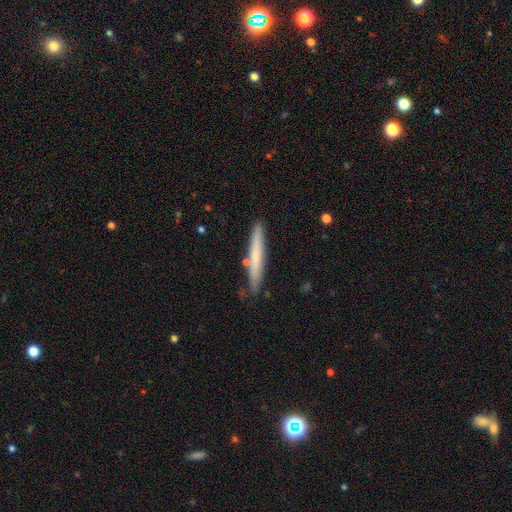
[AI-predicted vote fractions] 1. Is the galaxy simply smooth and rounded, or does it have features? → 61% smooth, 33% featured or disk, 6% star or artifact.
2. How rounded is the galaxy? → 95% cigar-shaped, 3% in between, 1% round.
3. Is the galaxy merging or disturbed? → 82% none, 12% minor disturbance, 4% merger, 2% major disturbance.